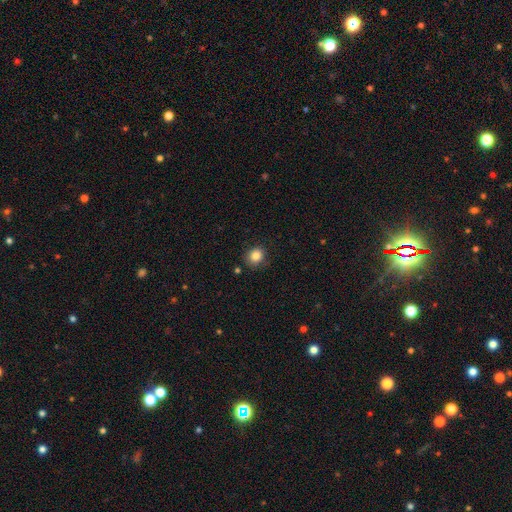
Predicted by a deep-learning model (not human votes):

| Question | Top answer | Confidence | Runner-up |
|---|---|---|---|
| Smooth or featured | smooth | 85% | star or artifact (10%) |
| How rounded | round | 79% | in between (20%) |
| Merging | none | 84% | minor disturbance (11%) |